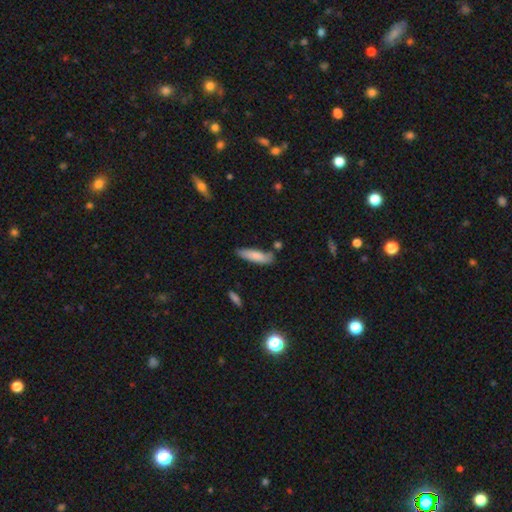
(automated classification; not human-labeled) This is clearly a smooth galaxy (81%). How rounded: likely cigar-shaped (61%). Merging: likely none (74%).